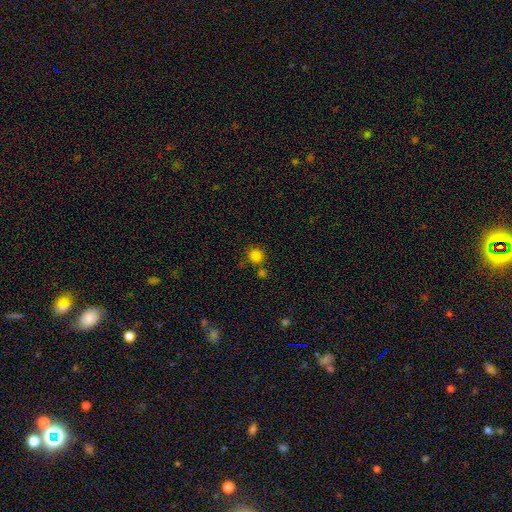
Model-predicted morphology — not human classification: A smooth galaxy with no disk features (83%) that is round (92%). Merging: none (72%).